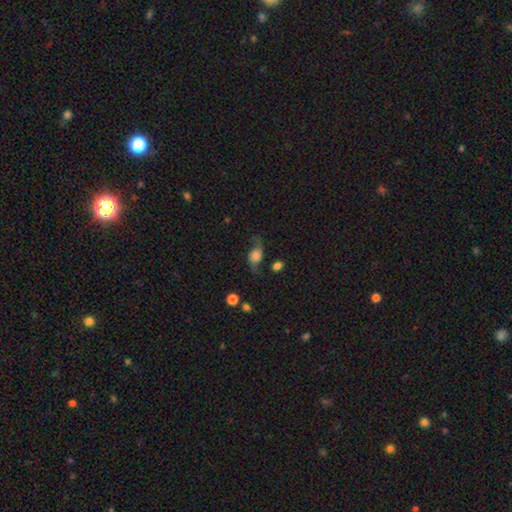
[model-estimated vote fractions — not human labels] smooth_or_featured: featured or disk (p=0.46) [alt: smooth p=0.42]
merging: none (p=0.57) [alt: minor disturbance p=0.23]